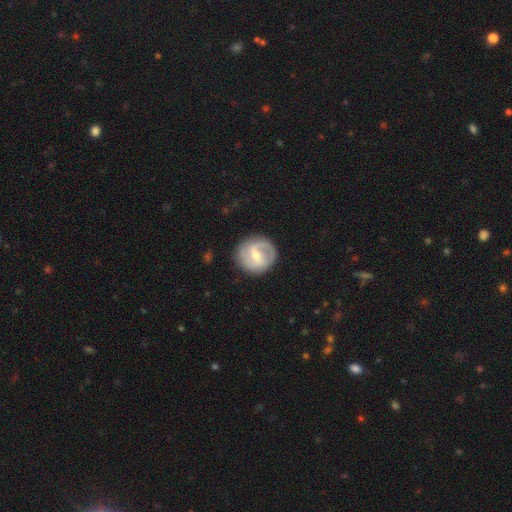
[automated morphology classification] This appears to be a featured or disk galaxy (74%) with a weak bar (55%), 2 (67%) medium (44%) spiral arms (89%) and a moderate central bulge (51%). Merging: none (82%).